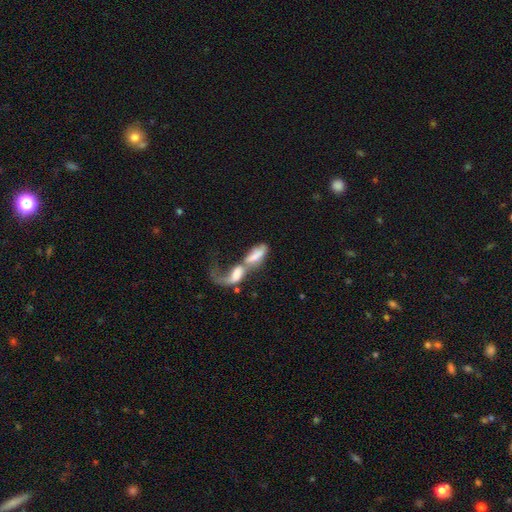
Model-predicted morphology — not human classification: Smooth or featured? smooth (54%)
How rounded? in between (71%)
Merging? merger (73%)